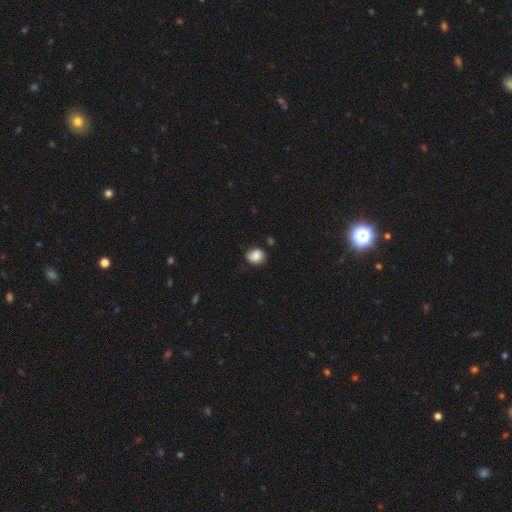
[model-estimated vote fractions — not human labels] Smooth or featured?
  - smooth: 81% *
  - featured or disk: 10%
  - star or artifact: 9%
How rounded?
  - round: 68% *
  - in between: 31%
  - cigar-shaped: 1%
Merging?
  - none: 71% *
  - minor disturbance: 22%
  - major disturbance: 4%
  - merger: 3%